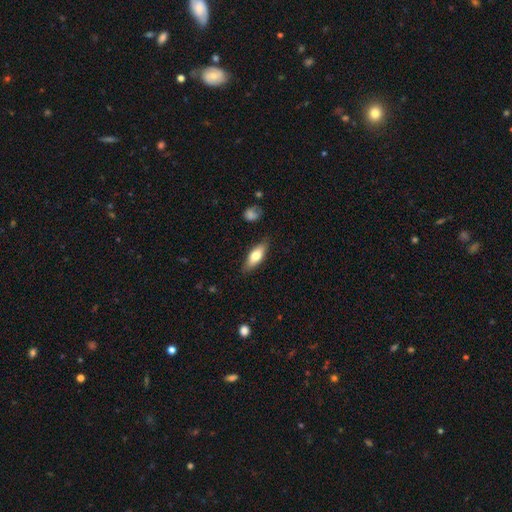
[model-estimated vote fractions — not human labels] A smooth galaxy with no disk features (71%) that is in between round and cigar-shaped (68%).

Vote fractions:
- Smooth or featured? smooth: 71% / featured or disk: 23% / star or artifact: 6%
- How rounded? in between: 68% / cigar-shaped: 30% / round: 3%
- Merging? none: 84% / minor disturbance: 12% / major disturbance: 3% / merger: 2%